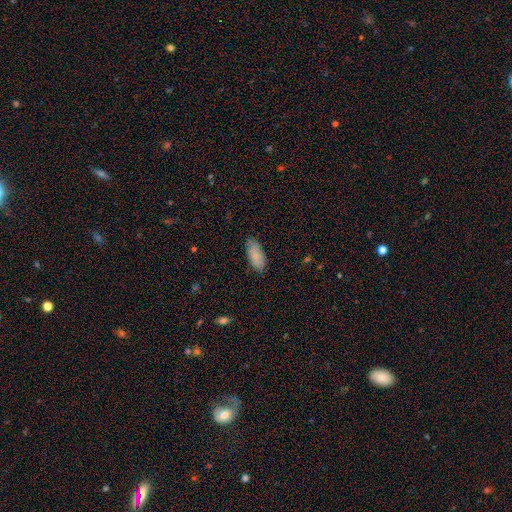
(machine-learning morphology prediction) This is clearly a smooth galaxy (83%). How rounded: clearly in between (88%). Merging: clearly none (81%).